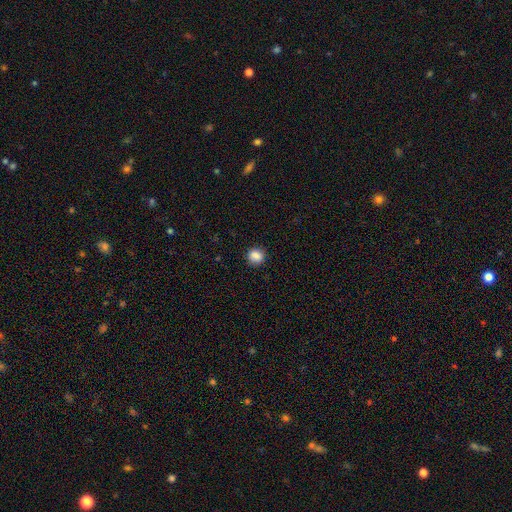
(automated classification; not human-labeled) Morphology: type=smooth (87%); roundness=round (85%); merging=none (88%).